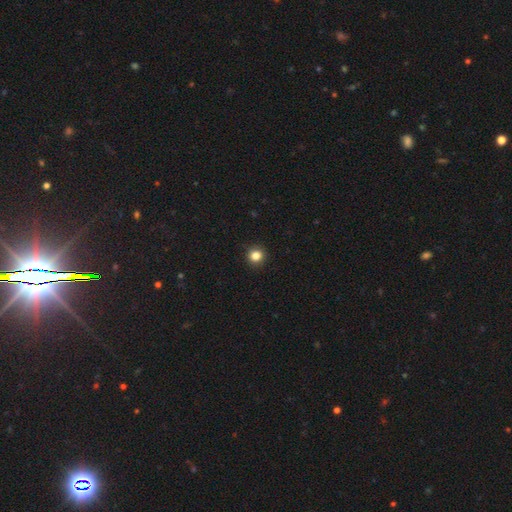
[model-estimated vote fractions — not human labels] Smooth or featured: smooth — 84% (star or artifact — 12%)
How rounded: round — 93% (in between — 6%)
Merging: none — 92% (minor disturbance — 5%)